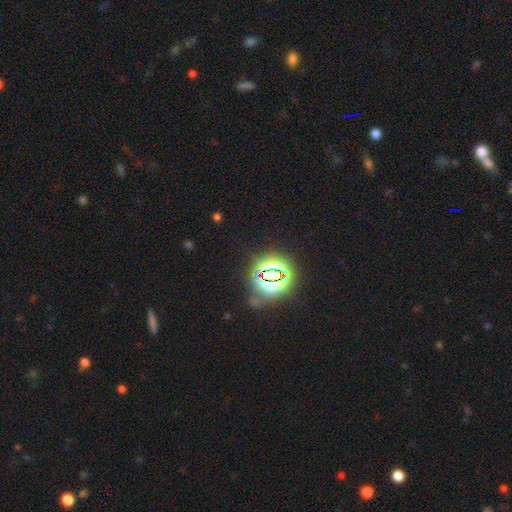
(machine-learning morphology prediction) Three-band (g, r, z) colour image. It shows a star or artifact, not a galaxy (77%).